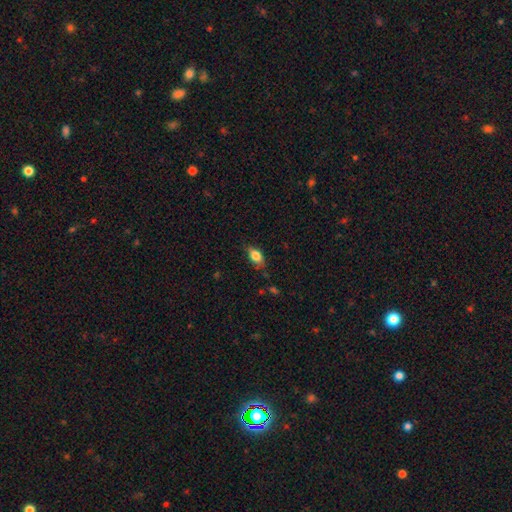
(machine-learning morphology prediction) Smooth or featured? smooth (80%)
How rounded? in between (87%)
Merging? none (73%)